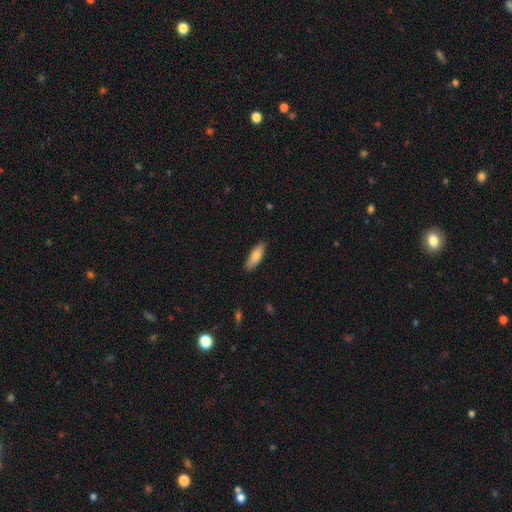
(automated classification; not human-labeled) smooth-or-featured: smooth: 82% | featured or disk: 13% | star or artifact: 6%
  how-rounded: in between: 61% | cigar-shaped: 37% | round: 2%
  merging: none: 88% | minor disturbance: 9% | major disturbance: 2% | merger: 1%